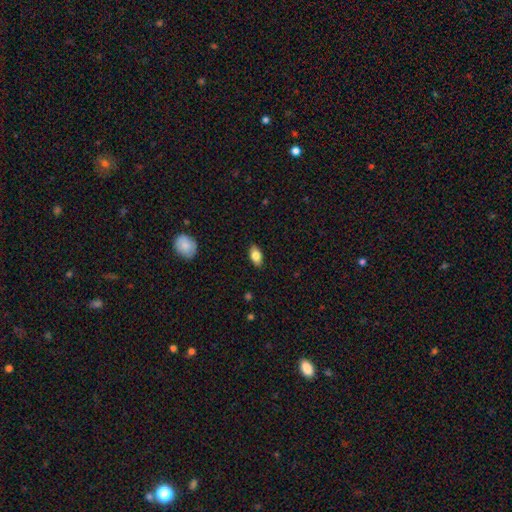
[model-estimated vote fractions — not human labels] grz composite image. It shows a smooth galaxy with no disk features (80%) that is in between round and cigar-shaped (90%). Merging: none (87%).